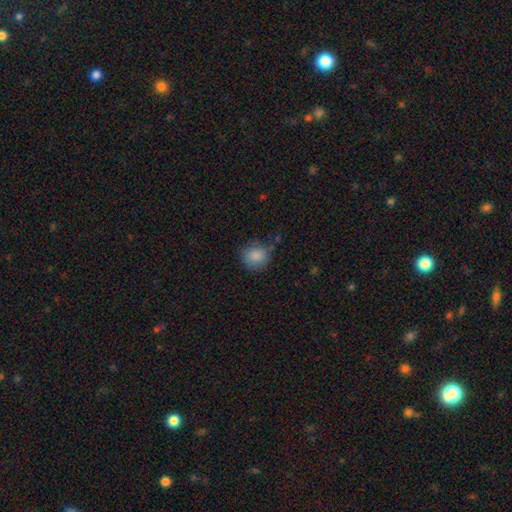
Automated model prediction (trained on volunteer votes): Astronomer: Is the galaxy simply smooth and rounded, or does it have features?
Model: smooth — 86%.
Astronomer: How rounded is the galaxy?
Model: round — 84%.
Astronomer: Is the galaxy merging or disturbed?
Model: none — 63%.